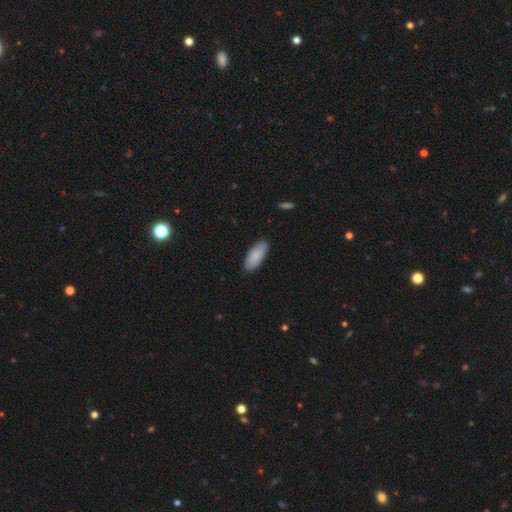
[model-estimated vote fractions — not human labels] Smooth or featured? smooth (81%)
How rounded? in between (87%)
Merging? none (86%)